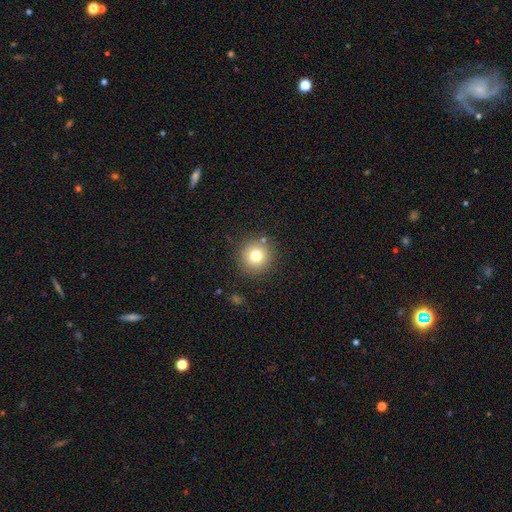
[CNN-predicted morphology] type=smooth (77%); roundness=round (95%); merging=none (87%).